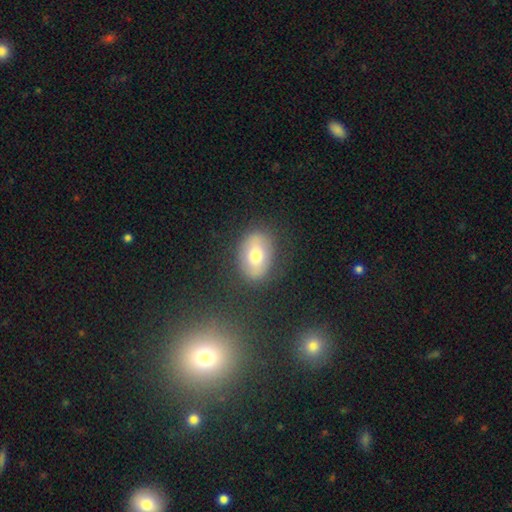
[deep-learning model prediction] smooth-or-featured: smooth: 60% | featured or disk: 31% | star or artifact: 9%
  how-rounded: in between: 78% | round: 20% | cigar-shaped: 2%
  merging: none: 82% | minor disturbance: 11% | major disturbance: 4% | merger: 3%